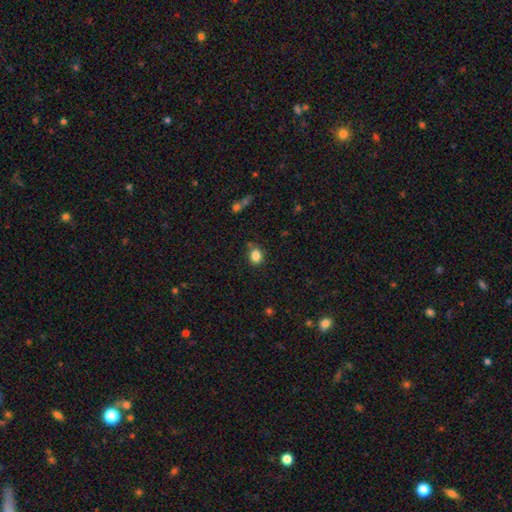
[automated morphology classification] Smooth or featured: smooth — 85% (star or artifact — 10%)
How rounded: round — 55% (in between — 44%)
Merging: none — 77% (minor disturbance — 15%)